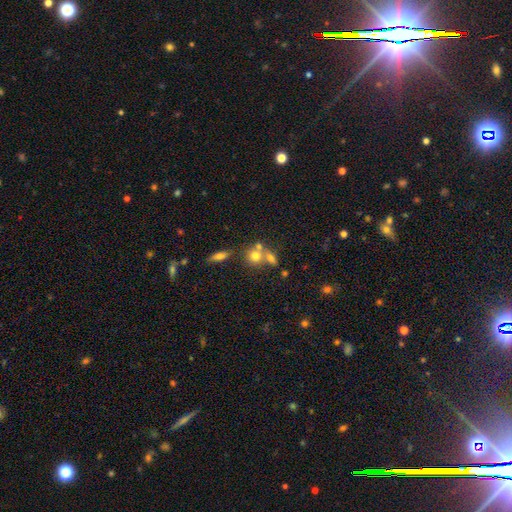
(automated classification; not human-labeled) smooth 70%, featured or disk 17%, star or artifact 13%. Down the decision tree: how rounded — round (72%); merging — merger (48%).